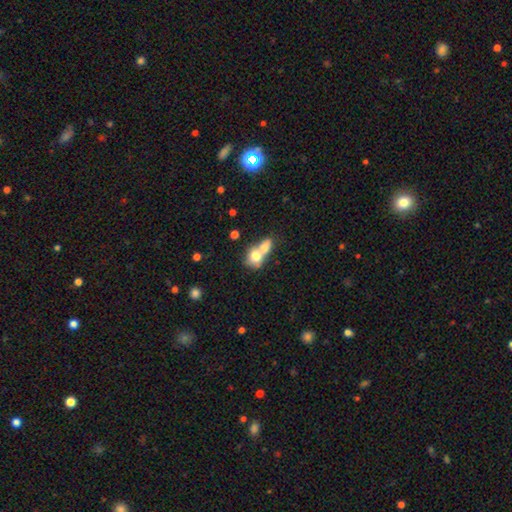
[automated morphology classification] smooth-or-featured: smooth: 72% | featured or disk: 20% | star or artifact: 8%
  how-rounded: round: 53% | in between: 44% | cigar-shaped: 2%
  merging: merger: 74% | none: 16% | minor disturbance: 6% | major disturbance: 4%